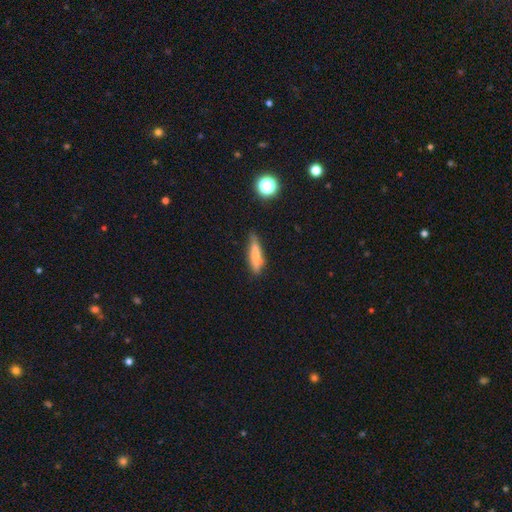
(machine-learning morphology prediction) Smooth or featured: smooth — 69% (featured or disk — 23%)
How rounded: cigar-shaped — 75% (in between — 23%)
Merging: none — 72% (minor disturbance — 22%)